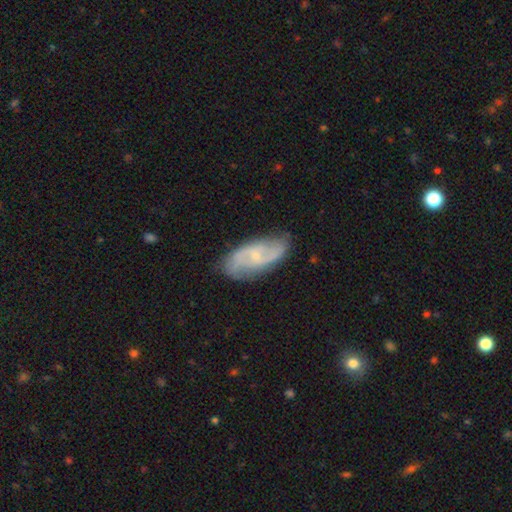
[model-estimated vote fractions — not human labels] Smooth or featured: featured or disk — 78% (smooth — 16%)
Edge-on disk: no — 94% (yes — 6%)
Bar: no — 48% (weak — 43%)
Spiral arms: yes — 94% (no — 6%)
Spiral winding: medium — 45% (loose — 31%)
Spiral arm count: 2 — 74% (can't tell — 13%)
Bulge size: small — 71% (moderate — 21%)
Merging: none — 77% (minor disturbance — 17%)